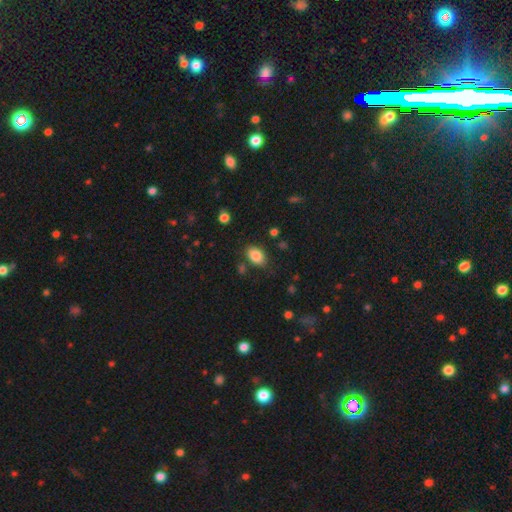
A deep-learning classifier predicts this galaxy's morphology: smooth_or_featured: smooth (p=0.84) [alt: star or artifact p=0.09]
how_rounded: in between (p=0.87) [alt: round p=0.12]
merging: none (p=0.79) [alt: minor disturbance p=0.14]